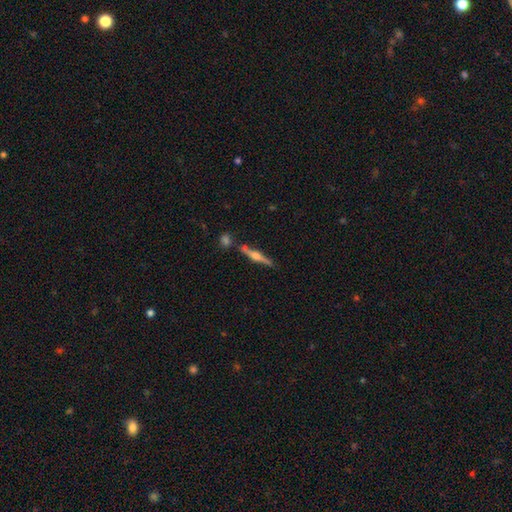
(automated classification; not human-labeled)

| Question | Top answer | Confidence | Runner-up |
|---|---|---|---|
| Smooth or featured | featured or disk | 72% | smooth (22%) |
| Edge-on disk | yes | 98% | no (2%) |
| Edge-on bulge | rounded | 91% | boxy (6%) |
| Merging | none | 79% | minor disturbance (11%) |